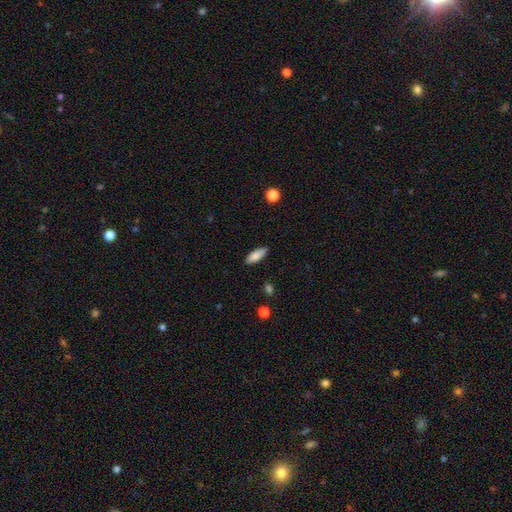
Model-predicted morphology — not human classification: The model was most divided on "how rounded": in between: 66%, cigar-shaped: 32%, round: 2%. More confident: merging — none (85%); smooth or featured — smooth (82%).